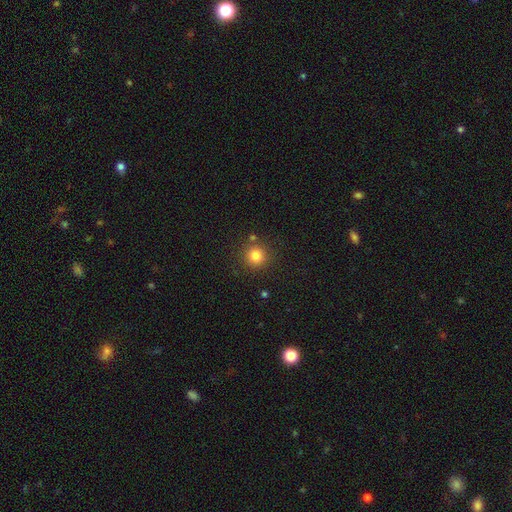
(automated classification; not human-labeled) Overall: smooth (82%). How rounded: round (94%). Merging: none (85%).